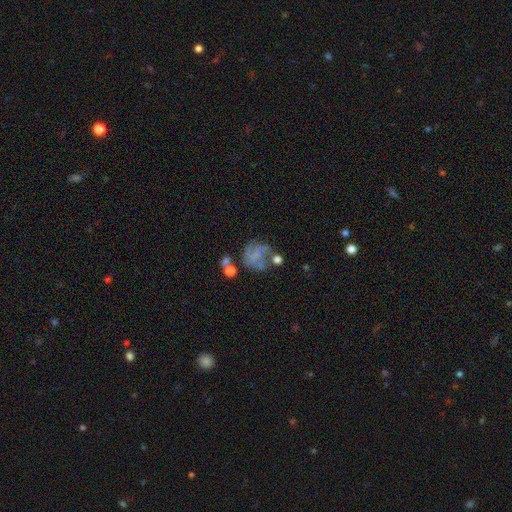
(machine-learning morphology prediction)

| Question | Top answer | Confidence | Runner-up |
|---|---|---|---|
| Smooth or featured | featured or disk | 47% | smooth (38%) |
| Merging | none | 39% | major disturbance (28%) |